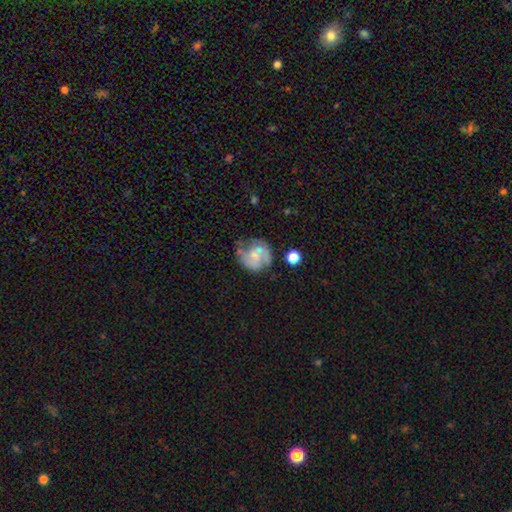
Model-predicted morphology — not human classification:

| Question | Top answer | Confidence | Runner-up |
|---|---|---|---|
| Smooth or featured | featured or disk | 64% | smooth (28%) |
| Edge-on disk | no | 98% | yes (2%) |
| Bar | no | 56% | weak (36%) |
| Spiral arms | yes | 81% | no (19%) |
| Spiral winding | medium | 46% | tight (30%) |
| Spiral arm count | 2 | 64% | can't tell (18%) |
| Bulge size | small | 48% | moderate (24%) |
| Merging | none | 51% | minor disturbance (25%) |